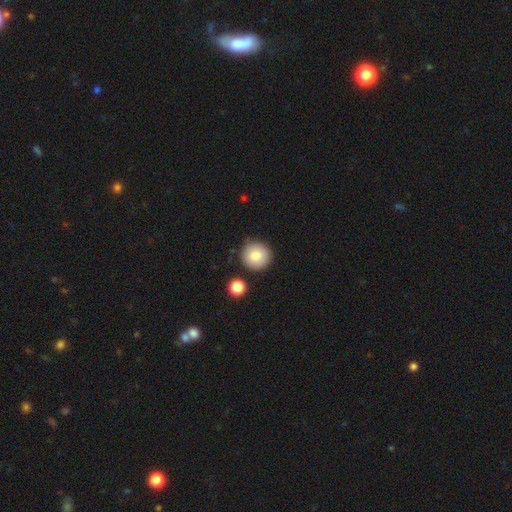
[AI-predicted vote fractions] Smooth or featured?
  - smooth: 82% *
  - featured or disk: 10%
  - star or artifact: 8%
How rounded?
  - round: 95% *
  - in between: 4%
  - cigar-shaped: 1%
Merging?
  - none: 84% *
  - minor disturbance: 9%
  - merger: 5%
  - major disturbance: 2%